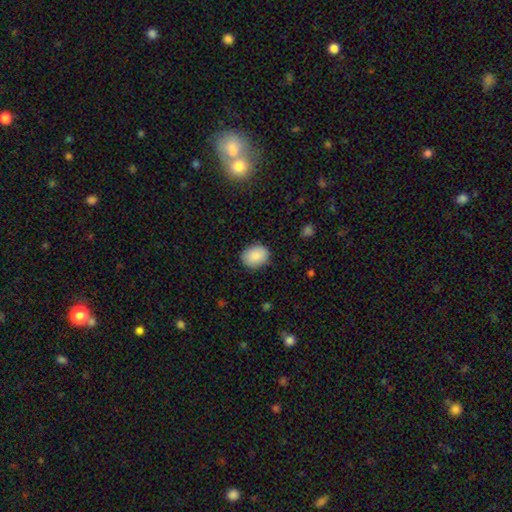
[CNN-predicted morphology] A smooth galaxy with no disk features (89%) that is in between round and cigar-shaped (60%). Merging: none (84%).